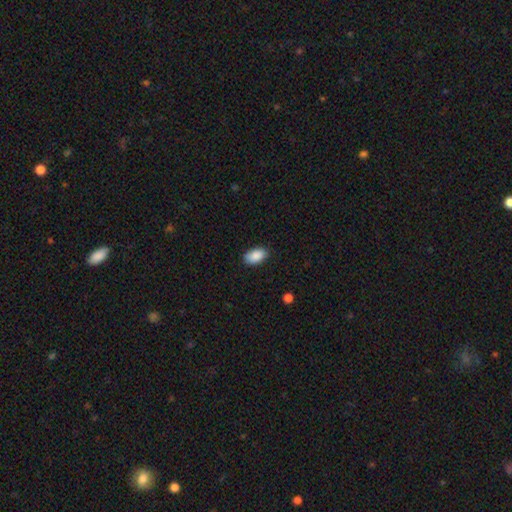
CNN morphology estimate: Smooth or featured: smooth — 89% (star or artifact — 7%)
How rounded: in between — 94% (round — 4%)
Merging: none — 84% (minor disturbance — 12%)